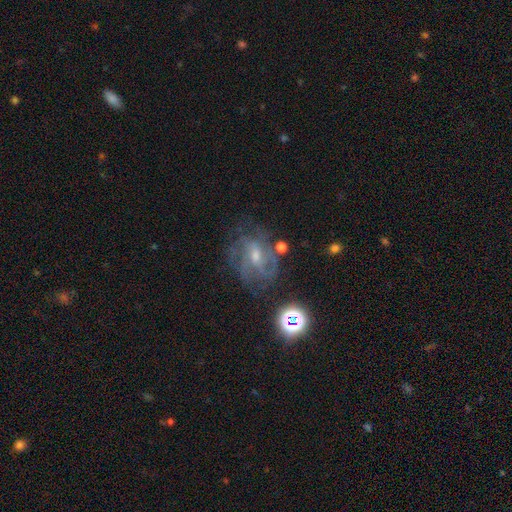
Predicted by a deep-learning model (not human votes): Q: Smooth or featured?
A: featured or disk (76%); runner-up: star or artifact (14%)
Q: Edge-on disk?
A: no (97%); runner-up: yes (3%)
Q: Bar?
A: weak (53%); runner-up: no (33%)
Q: Spiral arms?
A: yes (90%); runner-up: no (10%)
Q: Spiral winding?
A: tight (46%); runner-up: medium (41%)
Q: Spiral arm count?
A: can't tell (36%); runner-up: 3 (22%)
Q: Bulge size?
A: small (50%); runner-up: moderate (41%)
Q: Merging?
A: none (66%); runner-up: minor disturbance (18%)